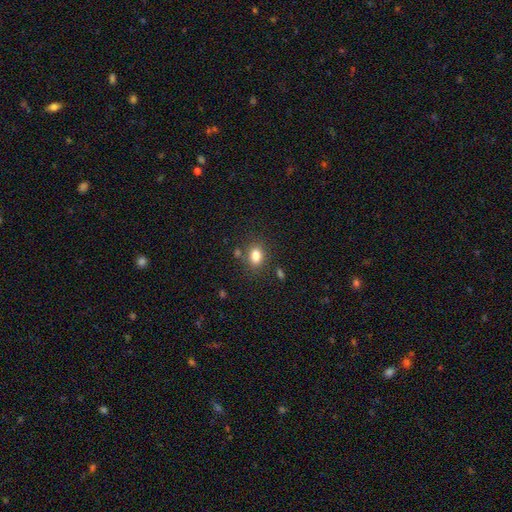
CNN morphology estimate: type=smooth (82%); roundness=in between (59%); merging=none (78%).